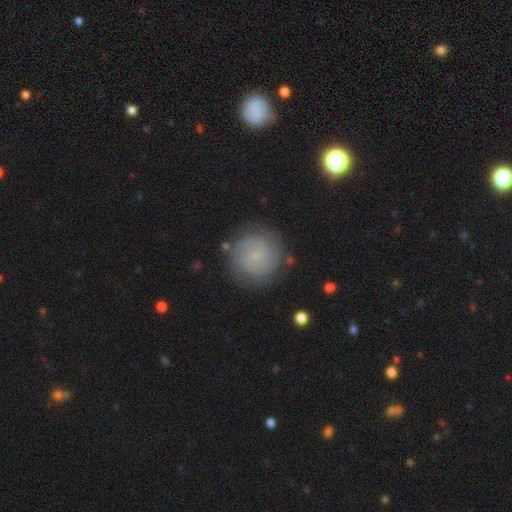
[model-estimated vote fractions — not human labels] Q: Smooth or featured?
A: featured or disk (50%); runner-up: smooth (41%)
Q: Merging?
A: none (80%); runner-up: minor disturbance (12%)